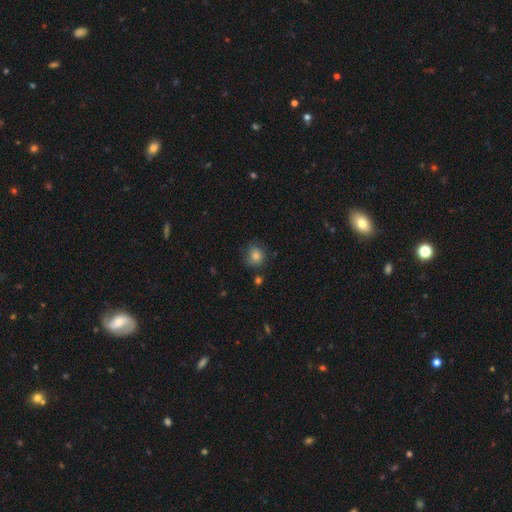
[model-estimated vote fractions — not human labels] smooth 81%, star or artifact 11%, featured or disk 7%. Down the decision tree: how rounded — round (80%); merging — none (73%).